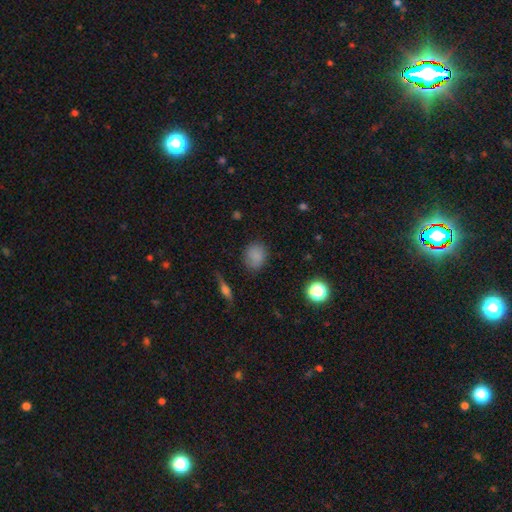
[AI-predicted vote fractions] A smooth galaxy with no disk features (83%) that is round (67%).

Vote fractions:
- Smooth or featured? smooth: 83% / star or artifact: 12% / featured or disk: 6%
- How rounded? round: 67% / in between: 32% / cigar-shaped: 2%
- Merging? none: 81% / minor disturbance: 14% / major disturbance: 4% / merger: 2%